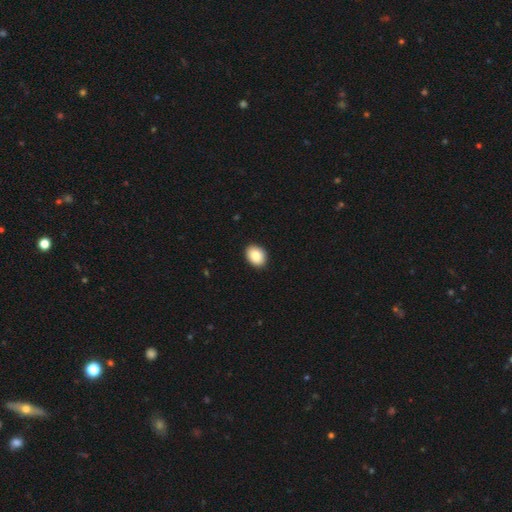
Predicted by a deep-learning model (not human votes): smooth-or-featured: smooth: 88% | star or artifact: 7% | featured or disk: 5%
  how-rounded: in between: 66% | round: 33% | cigar-shaped: 1%
  merging: none: 91% | minor disturbance: 7% | major disturbance: 2% | merger: 1%